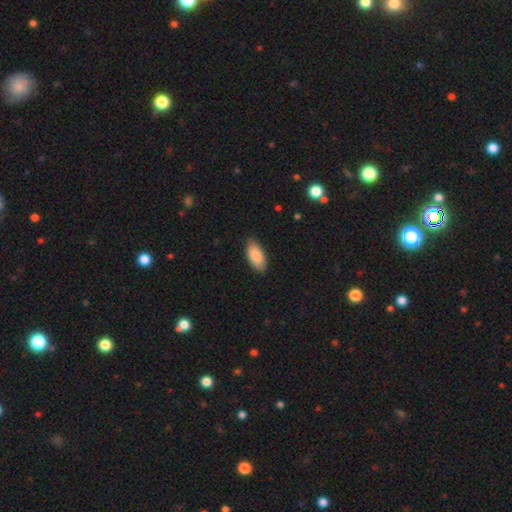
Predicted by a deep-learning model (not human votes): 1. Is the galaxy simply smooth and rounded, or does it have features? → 85% smooth, 9% featured or disk, 6% star or artifact.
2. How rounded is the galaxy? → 91% in between, 8% cigar-shaped, 2% round.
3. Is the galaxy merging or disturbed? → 86% none, 11% minor disturbance, 2% major disturbance, 1% merger.